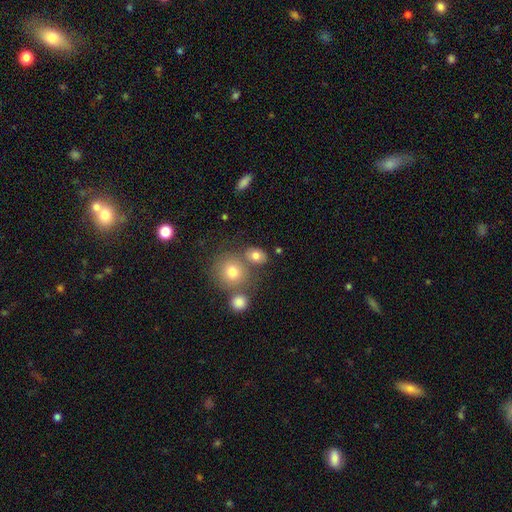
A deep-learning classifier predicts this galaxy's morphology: Smooth or featured? Predicted: smooth (p=0.77). How rounded? Predicted: round (p=0.50). Merging? Predicted: none (p=0.60).